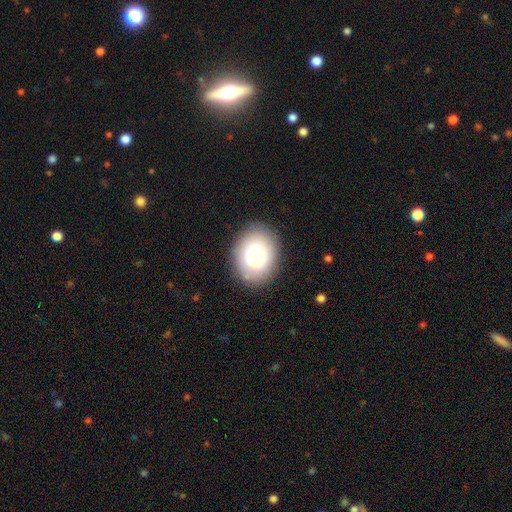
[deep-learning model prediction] smooth 75%, featured or disk 16%, star or artifact 9%. Down the decision tree: how rounded — in between (55%); merging — none (85%).